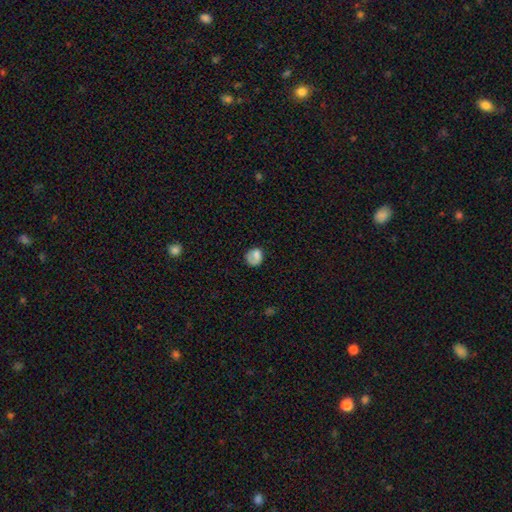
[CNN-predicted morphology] Overall: smooth (73%). How rounded: round (73%). Merging: none (59%; minor disturbance 23%).